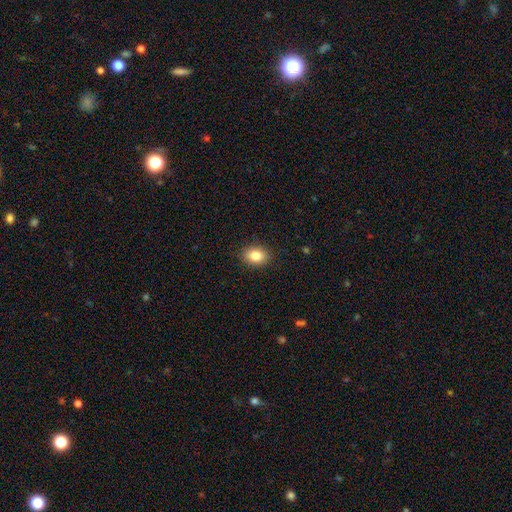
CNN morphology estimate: type=smooth (85%); roundness=in between (68%); merging=none (89%).